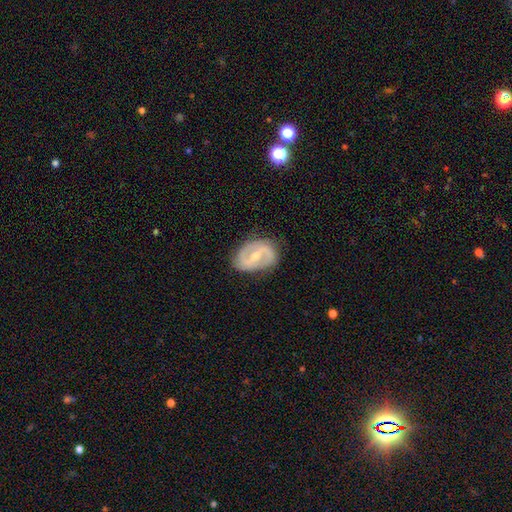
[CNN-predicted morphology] smooth_or_featured: featured or disk (p=0.80) [alt: smooth p=0.14]
disk_edge_on: no (p=0.96) [alt: yes p=0.04]
bar: weak (p=0.45) [alt: strong p=0.36]
has_spiral_arms: yes (p=0.87) [alt: no p=0.13]
spiral_winding: medium (p=0.46) [alt: tight p=0.31]
spiral_arm_count: 2 (p=0.85) [alt: can't tell p=0.08]
bulge_size: small (p=0.50) [alt: moderate p=0.47]
merging: none (p=0.77) [alt: minor disturbance p=0.17]